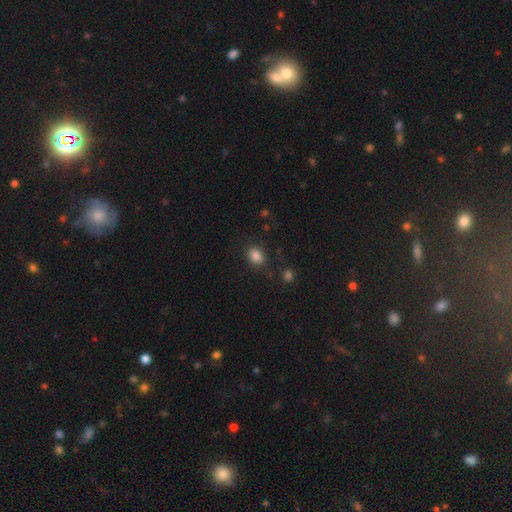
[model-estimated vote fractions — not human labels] Q: Smooth or featured?
A: smooth (85%); runner-up: star or artifact (10%)
Q: How rounded?
A: in between (58%); runner-up: round (41%)
Q: Merging?
A: none (83%); runner-up: minor disturbance (11%)